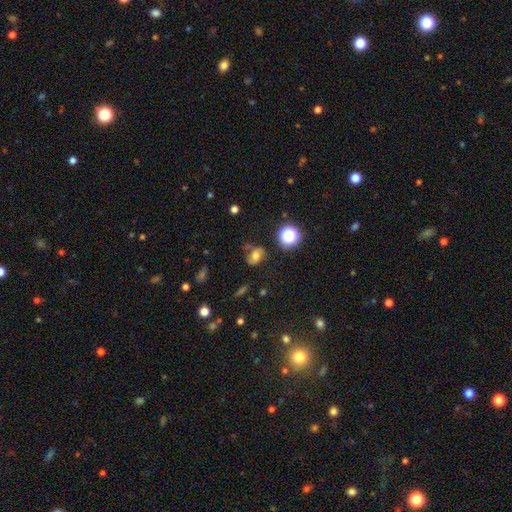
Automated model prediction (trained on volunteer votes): This appears to be a smooth galaxy with no disk features (56%) that is in between round and cigar-shaped (58%). Merging: none (60%).